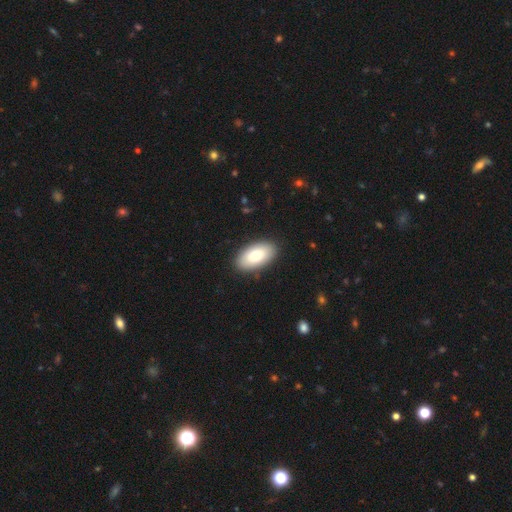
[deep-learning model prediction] A smooth galaxy with no disk features (80%) that is in between round and cigar-shaped (95%).

Vote fractions:
- Smooth or featured? smooth: 80% / featured or disk: 14% / star or artifact: 6%
- How rounded? in between: 95% / round: 3% / cigar-shaped: 2%
- Merging? none: 89% / minor disturbance: 8% / major disturbance: 2% / merger: 1%